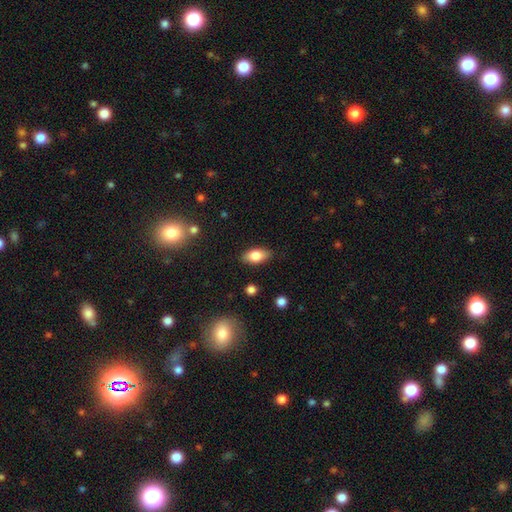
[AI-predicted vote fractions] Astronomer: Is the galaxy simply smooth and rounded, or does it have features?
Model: smooth — 80%.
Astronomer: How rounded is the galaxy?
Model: in between — 90%.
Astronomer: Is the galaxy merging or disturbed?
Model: none — 86%.